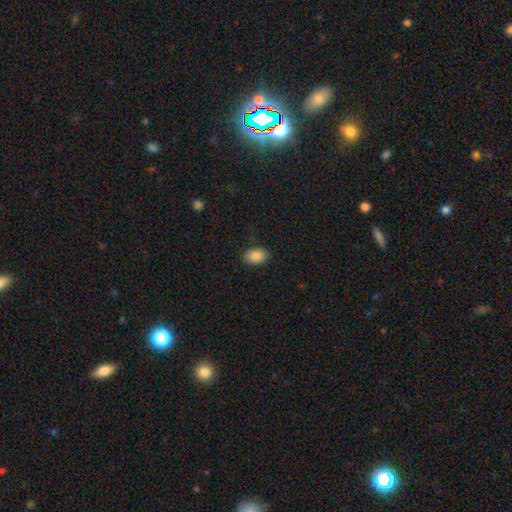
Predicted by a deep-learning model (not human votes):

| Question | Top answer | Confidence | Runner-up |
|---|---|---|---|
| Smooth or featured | smooth | 87% | star or artifact (7%) |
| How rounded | in between | 89% | round (10%) |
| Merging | none | 86% | minor disturbance (10%) |